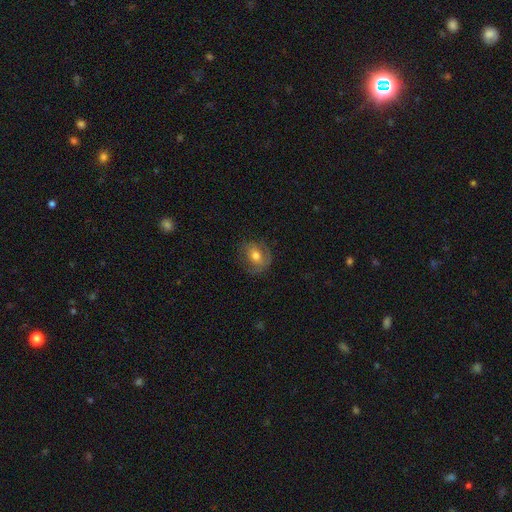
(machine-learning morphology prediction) smooth 55%, featured or disk 36%, star or artifact 9%. Down the decision tree: how rounded — round (56%); merging — none (67%).